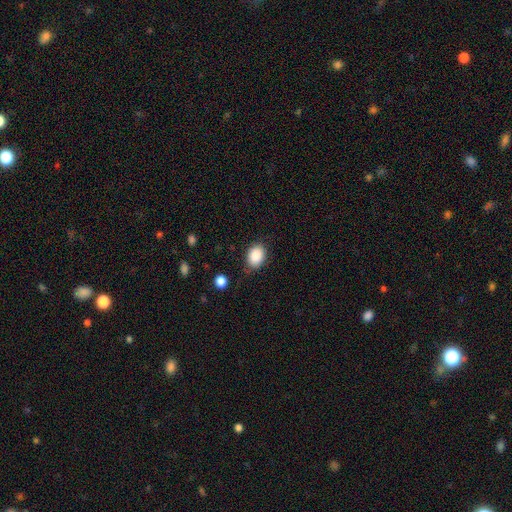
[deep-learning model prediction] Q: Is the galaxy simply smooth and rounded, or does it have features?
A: smooth — 88%.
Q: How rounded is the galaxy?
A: in between — 74%.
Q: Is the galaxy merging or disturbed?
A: none — 78%.